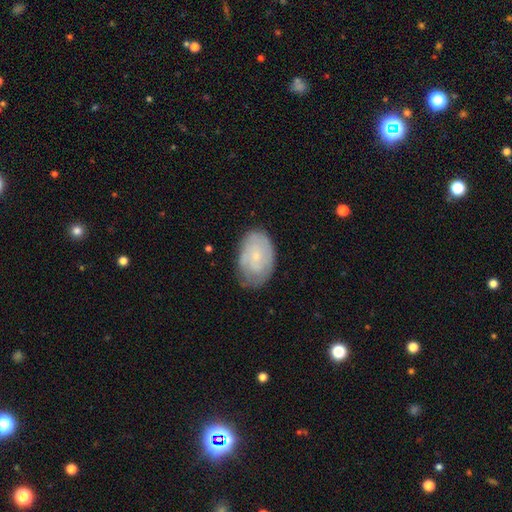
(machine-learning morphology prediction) This is possibly a featured or disk galaxy (49%). Merging: likely none (70%).